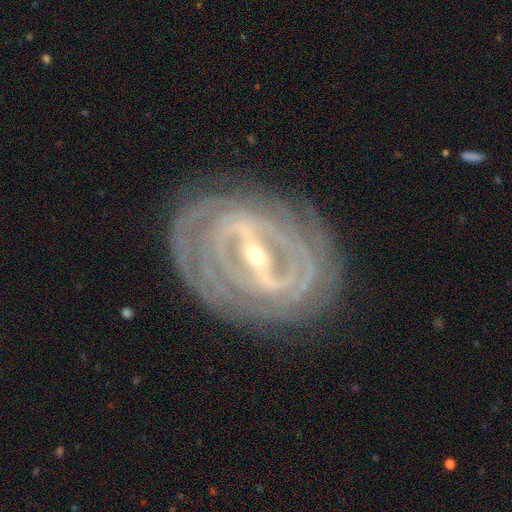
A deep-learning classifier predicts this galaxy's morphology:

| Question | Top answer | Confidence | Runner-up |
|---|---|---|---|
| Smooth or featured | featured or disk | 91% | star or artifact (5%) |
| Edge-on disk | no | 93% | yes (7%) |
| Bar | strong | 77% | weak (18%) |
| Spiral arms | yes | 93% | no (7%) |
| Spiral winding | tight | 84% | medium (13%) |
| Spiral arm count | can't tell | 31% | 2 (23%) |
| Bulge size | small | 57% | moderate (40%) |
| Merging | none | 82% | minor disturbance (12%) |